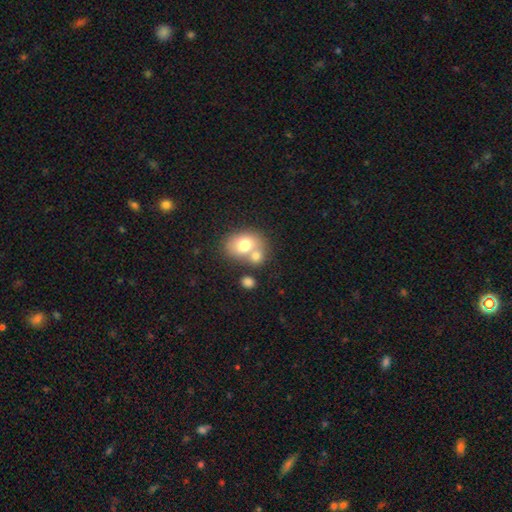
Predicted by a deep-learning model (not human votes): A smooth galaxy with no disk features (73%) that is in between round and cigar-shaped (54%).

Vote fractions:
- Smooth or featured? smooth: 73% / featured or disk: 19% / star or artifact: 9%
- How rounded? in between: 54% / round: 45% / cigar-shaped: 1%
- Merging? merger: 48% / none: 37% / minor disturbance: 11% / major disturbance: 4%